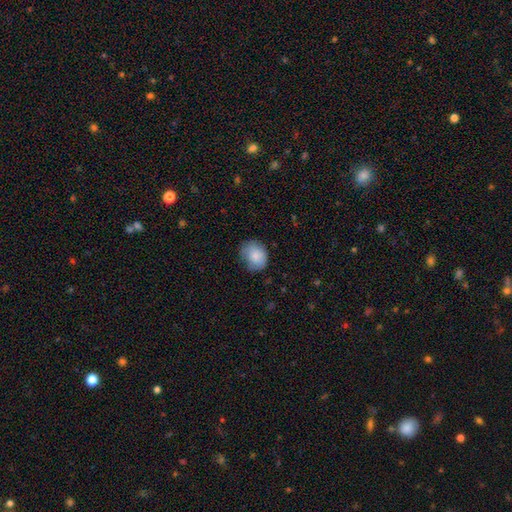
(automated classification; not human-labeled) Smooth or featured?
  - smooth: 83% *
  - featured or disk: 10%
  - star or artifact: 7%
How rounded?
  - round: 51% *
  - in between: 49%
  - cigar-shaped: 1%
Merging?
  - none: 60% *
  - minor disturbance: 30%
  - major disturbance: 9%
  - merger: 1%